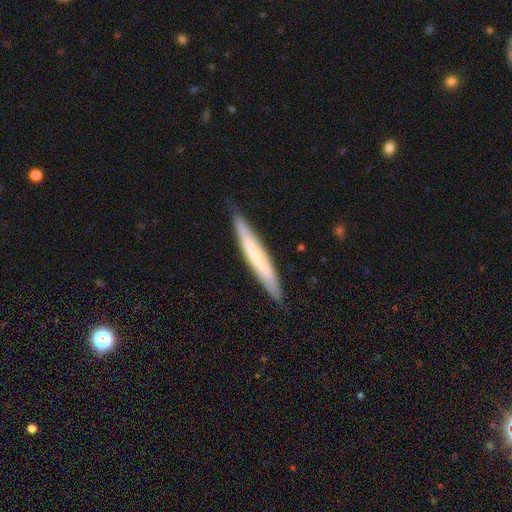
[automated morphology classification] Smooth or featured? smooth (55%)
How rounded? cigar-shaped (95%)
Merging? none (86%)